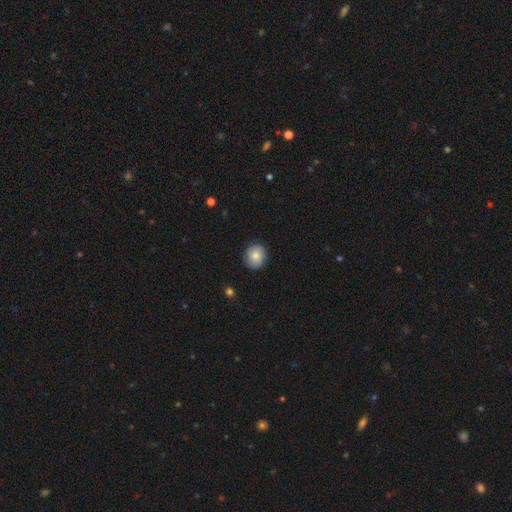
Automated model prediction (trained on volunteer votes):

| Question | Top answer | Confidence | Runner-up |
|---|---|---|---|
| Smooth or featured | smooth | 82% | featured or disk (10%) |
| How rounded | round | 82% | in between (17%) |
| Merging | none | 87% | minor disturbance (9%) |